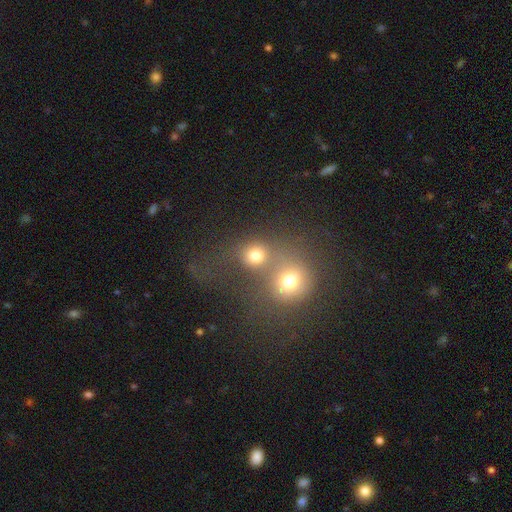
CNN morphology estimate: Smooth or featured? smooth (75%)
How rounded? round (80%)
Merging? merger (54%)